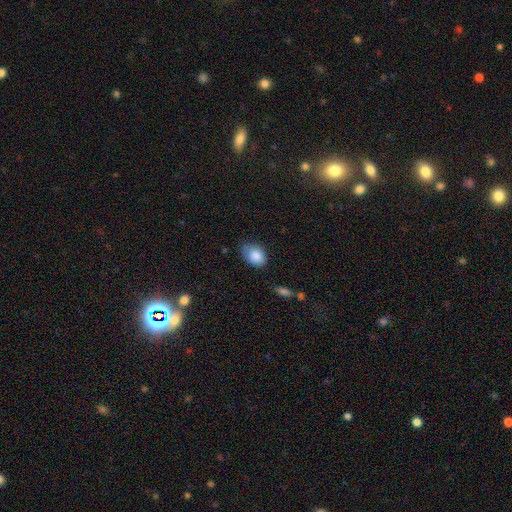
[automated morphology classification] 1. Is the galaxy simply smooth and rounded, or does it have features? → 85% smooth, 8% featured or disk, 7% star or artifact.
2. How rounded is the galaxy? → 78% in between, 21% round, 1% cigar-shaped.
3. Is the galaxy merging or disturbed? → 63% none, 29% minor disturbance, 6% major disturbance, 2% merger.